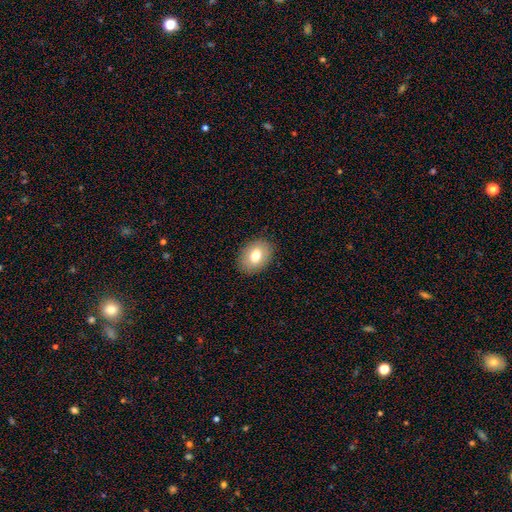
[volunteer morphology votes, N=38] smooth_or_featured: smooth (p=0.79) [alt: featured or disk p=0.16]
how_rounded: in between (p=0.73) [alt: round p=0.27]
merging: none (p=0.94) [alt: minor disturbance p=0.06]